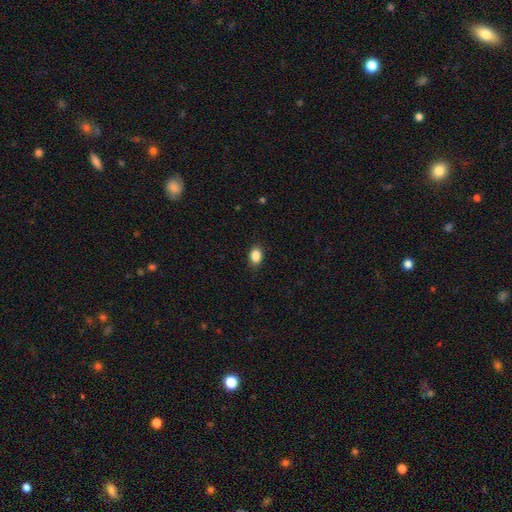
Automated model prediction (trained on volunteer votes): Smooth or featured?
  - smooth: 88% *
  - star or artifact: 9%
  - featured or disk: 4%
How rounded?
  - in between: 76% *
  - round: 22%
  - cigar-shaped: 1%
Merging?
  - none: 87% *
  - minor disturbance: 10%
  - major disturbance: 2%
  - merger: 1%